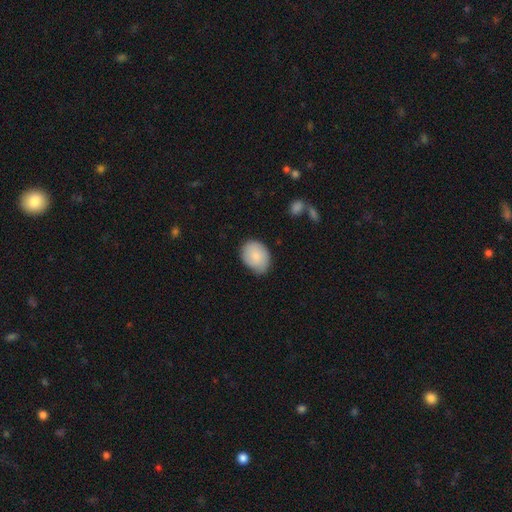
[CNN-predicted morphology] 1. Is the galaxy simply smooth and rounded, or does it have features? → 83% smooth, 11% featured or disk, 6% star or artifact.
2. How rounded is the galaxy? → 65% in between, 34% round, 1% cigar-shaped.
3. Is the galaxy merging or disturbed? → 70% none, 25% minor disturbance, 4% major disturbance, 1% merger.